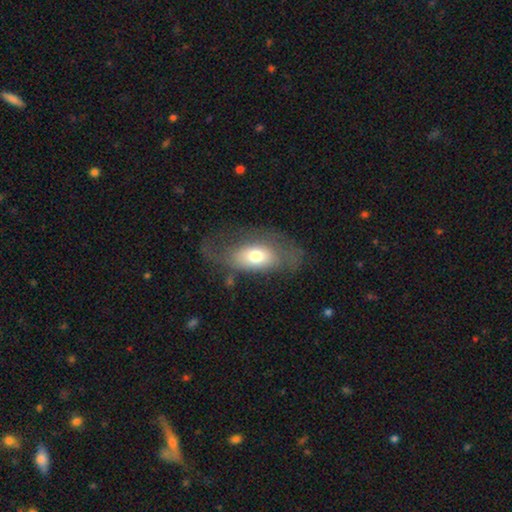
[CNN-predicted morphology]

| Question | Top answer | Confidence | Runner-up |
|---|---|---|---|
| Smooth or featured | smooth | 58% | featured or disk (34%) |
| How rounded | in between | 87% | round (9%) |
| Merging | none | 38% | major disturbance (37%) |